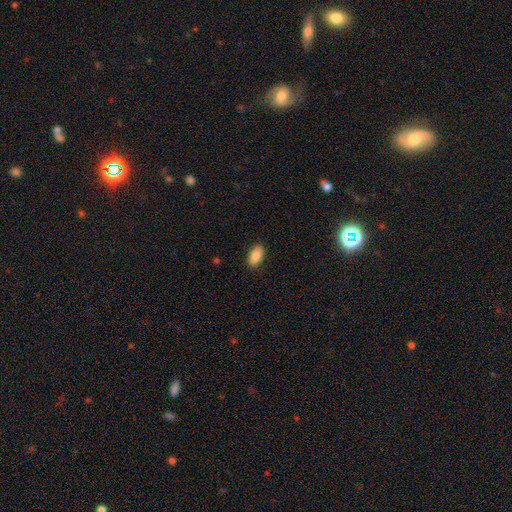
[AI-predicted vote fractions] The model was most divided on "smooth or featured": smooth: 84%, featured or disk: 9%, star or artifact: 7%. More confident: how rounded — in between (93%); merging — none (88%).